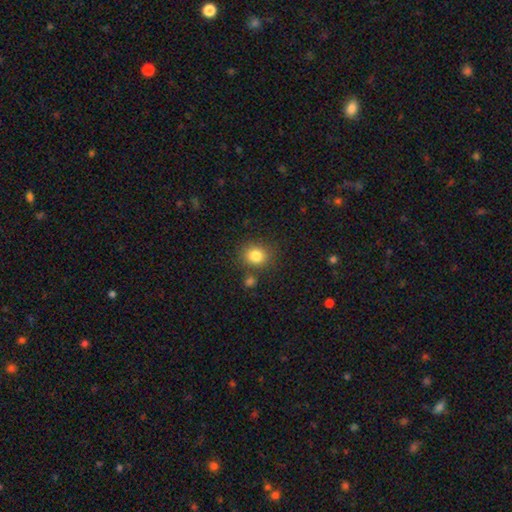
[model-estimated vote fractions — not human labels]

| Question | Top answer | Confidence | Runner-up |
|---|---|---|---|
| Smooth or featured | smooth | 83% | star or artifact (11%) |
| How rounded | round | 75% | in between (24%) |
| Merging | none | 79% | minor disturbance (10%) |